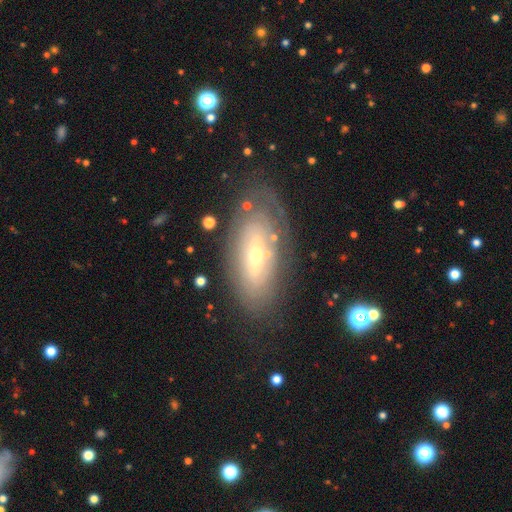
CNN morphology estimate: A featured or disk galaxy (71%) with no bar (61%), spiral arms (59%) and a small central bulge (54%). Merging: none (71%).